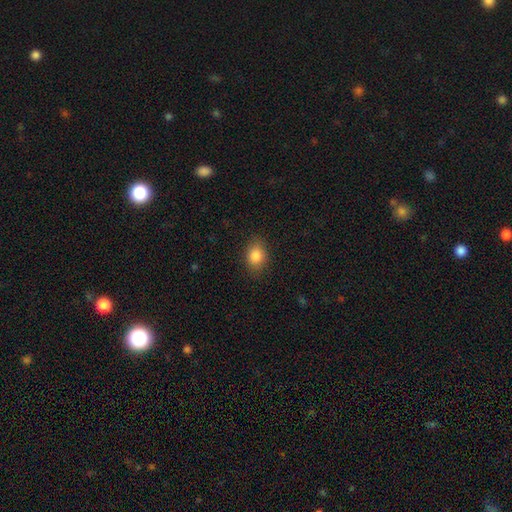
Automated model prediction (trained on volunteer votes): Overall: smooth (86%). How rounded: in between (62%; round 37%). Merging: none (85%).